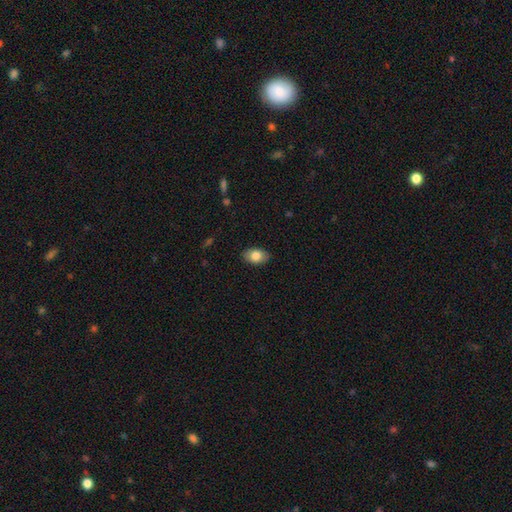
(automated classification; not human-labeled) smooth 81%, featured or disk 12%, star or artifact 7%. Down the decision tree: how rounded — in between (89%); merging — none (88%).